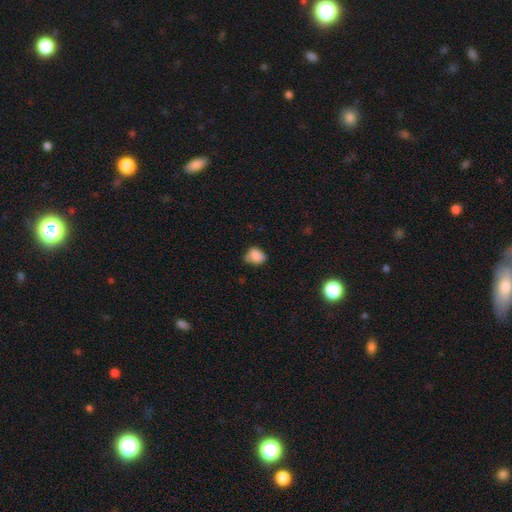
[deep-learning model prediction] Morphology: type=smooth (83%); roundness=in between (54%); merging=none (50%).